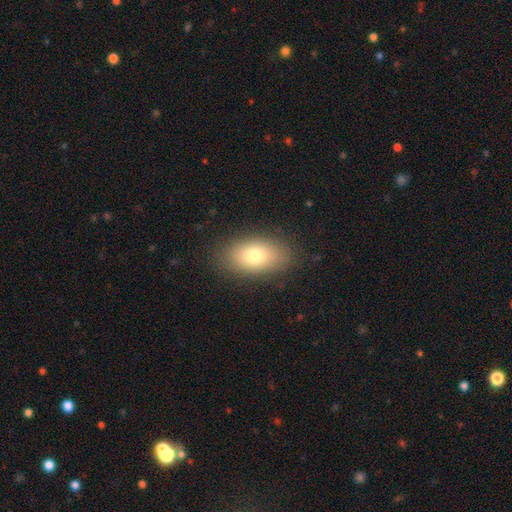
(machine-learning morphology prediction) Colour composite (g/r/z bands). It shows a smooth galaxy with no disk features (77%) that is in between round and cigar-shaped (90%). Merging: none (86%).